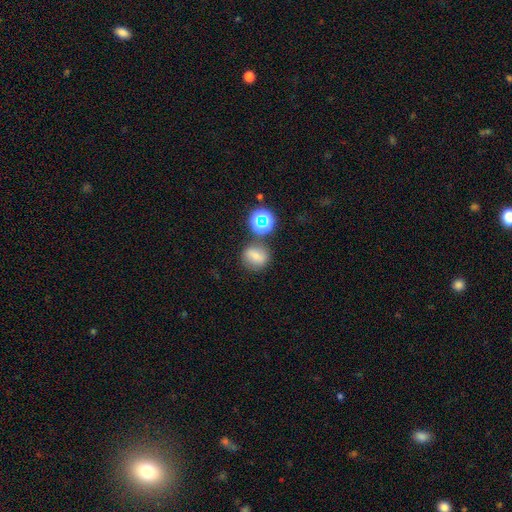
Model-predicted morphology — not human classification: A smooth galaxy with no disk features (65%) that is round (78%). Merging: none (71%).